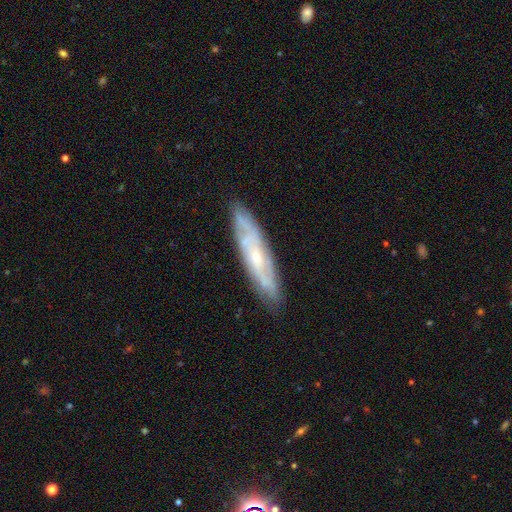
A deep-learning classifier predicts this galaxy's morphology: This is likely a featured or disk galaxy (73%). It is likely not viewed edge-on (63%). Merging: clearly none (83%).